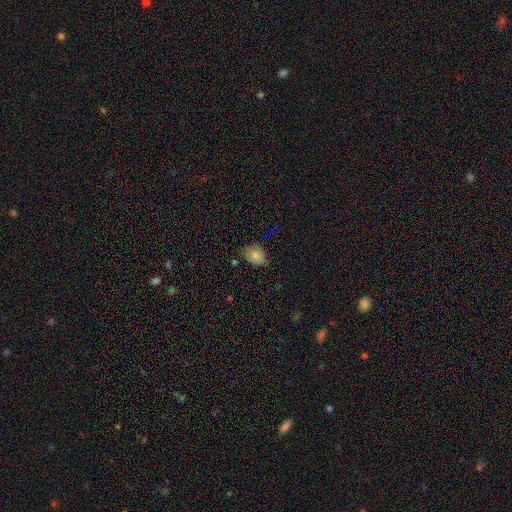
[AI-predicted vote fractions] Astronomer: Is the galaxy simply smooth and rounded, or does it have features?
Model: smooth — 78%.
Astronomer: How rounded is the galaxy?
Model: in between — 60% (runner-up: round, 39%).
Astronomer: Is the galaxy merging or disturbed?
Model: none — 68%.